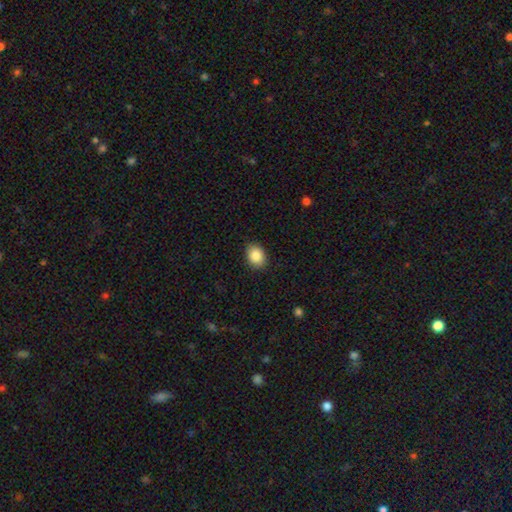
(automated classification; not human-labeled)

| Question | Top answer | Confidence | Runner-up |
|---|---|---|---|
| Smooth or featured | smooth | 88% | star or artifact (8%) |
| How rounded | in between | 66% | round (33%) |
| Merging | none | 88% | minor disturbance (9%) |